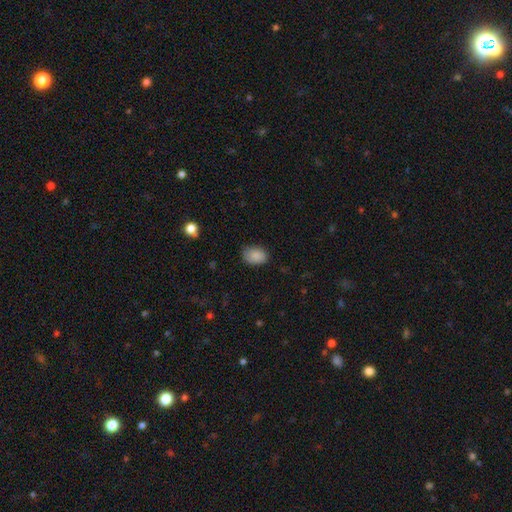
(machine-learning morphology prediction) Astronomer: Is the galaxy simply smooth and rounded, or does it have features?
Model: smooth — 87%.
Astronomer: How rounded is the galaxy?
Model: in between — 77%.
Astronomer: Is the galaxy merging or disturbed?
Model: none — 79%.